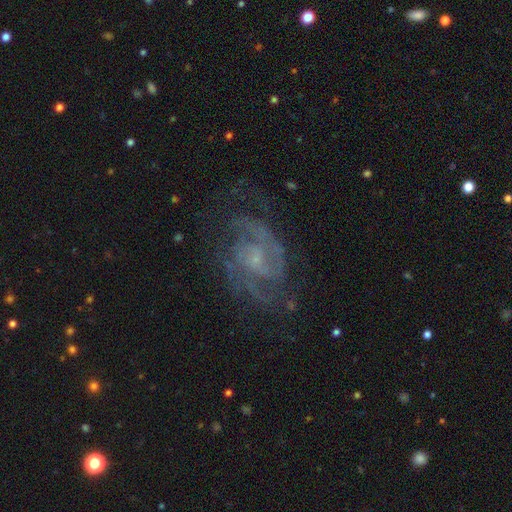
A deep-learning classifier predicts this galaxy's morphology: Smooth or featured: featured or disk — 84% (star or artifact — 9%)
Edge-on disk: no — 97% (yes — 3%)
Bar: no — 49% (weak — 43%)
Spiral arms: yes — 95% (no — 5%)
Spiral winding: medium — 50% (tight — 37%)
Spiral arm count: 2 — 67% (can't tell — 15%)
Bulge size: small — 57% (moderate — 22%)
Merging: none — 70% (minor disturbance — 17%)